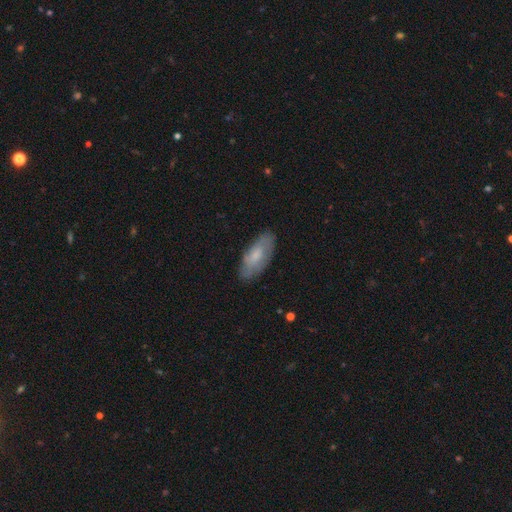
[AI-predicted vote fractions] smooth-or-featured: smooth: 61% | featured or disk: 33% | star or artifact: 6%
  how-rounded: in between: 82% | cigar-shaped: 16% | round: 2%
  merging: none: 79% | minor disturbance: 16% | major disturbance: 3% | merger: 1%